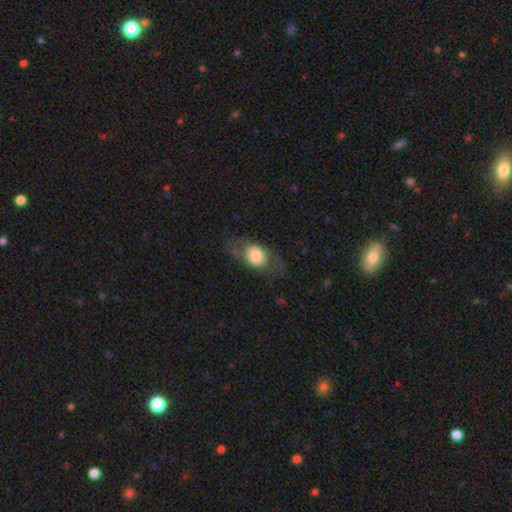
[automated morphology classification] smooth 53%, featured or disk 41%, star or artifact 7%. Down the decision tree: how rounded — in between (53%); merging — none (66%).